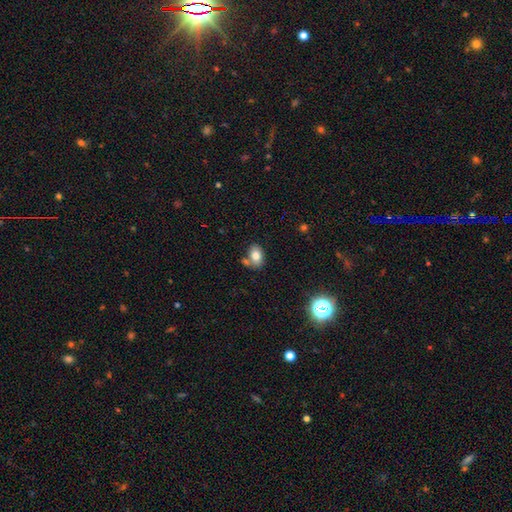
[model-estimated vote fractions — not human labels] Smooth or featured? smooth (78%)
How rounded? in between (78%)
Merging? none (61%)